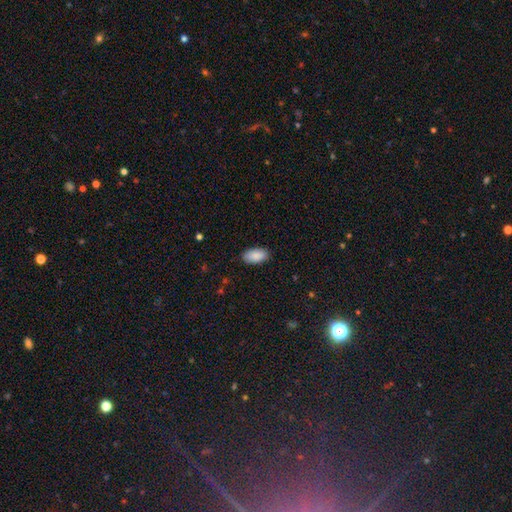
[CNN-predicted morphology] A smooth galaxy with no disk features (90%) that is in between round and cigar-shaped (95%).

Vote fractions:
- Smooth or featured? smooth: 90% / star or artifact: 6% / featured or disk: 3%
- How rounded? in between: 95% / round: 3% / cigar-shaped: 3%
- Merging? none: 88% / minor disturbance: 9% / major disturbance: 2% / merger: 1%